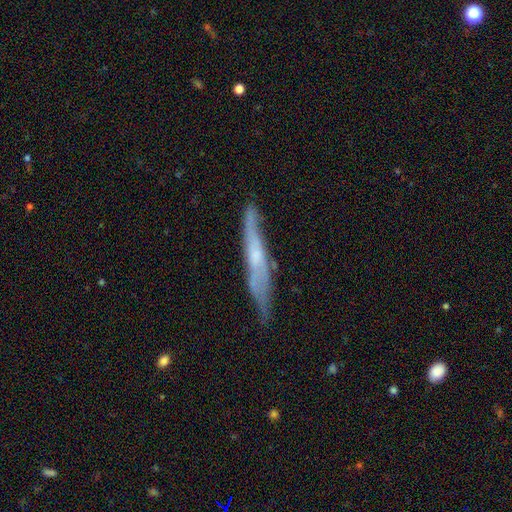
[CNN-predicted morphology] Q: Smooth or featured?
A: featured or disk (63%); runner-up: smooth (31%)
Q: Edge-on disk?
A: yes (79%); runner-up: no (21%)
Q: Merging?
A: none (68%); runner-up: minor disturbance (25%)